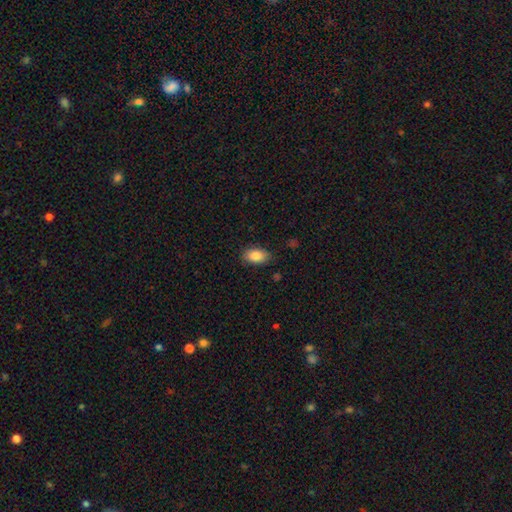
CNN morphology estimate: type=smooth (86%); roundness=in between (92%); merging=none (84%).